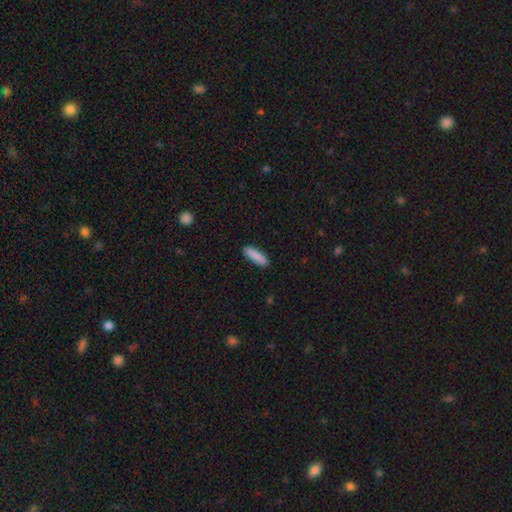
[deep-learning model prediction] smooth 88%, featured or disk 6%, star or artifact 6%. Down the decision tree: how rounded — cigar-shaped (72%); merging — none (90%).